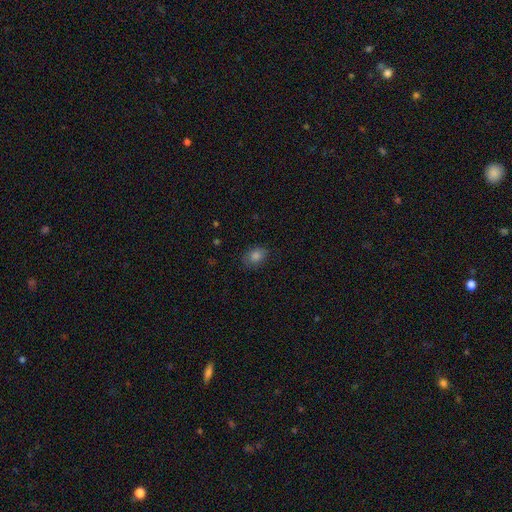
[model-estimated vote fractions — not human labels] This is likely a smooth galaxy (80%). How rounded: likely in between (70%). Merging: clearly none (83%).